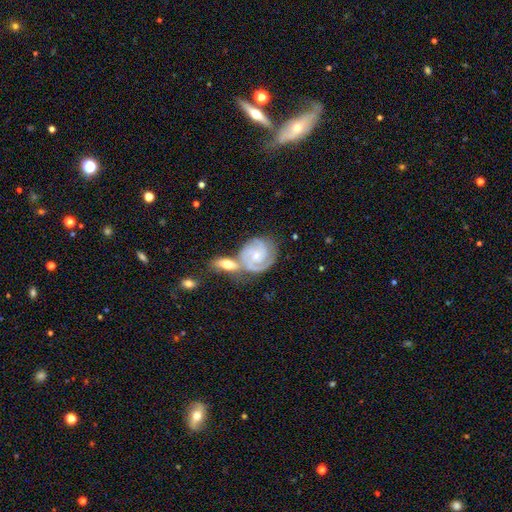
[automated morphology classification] Smooth or featured: featured or disk — 86% (smooth — 7%)
Edge-on disk: no — 97% (yes — 3%)
Bar: no — 65% (weak — 28%)
Spiral arms: yes — 98% (no — 2%)
Spiral winding: tight — 71% (medium — 25%)
Spiral arm count: 2 — 52% (3 — 28%)
Bulge size: small — 55% (moderate — 40%)
Merging: none — 53% (merger — 27%)